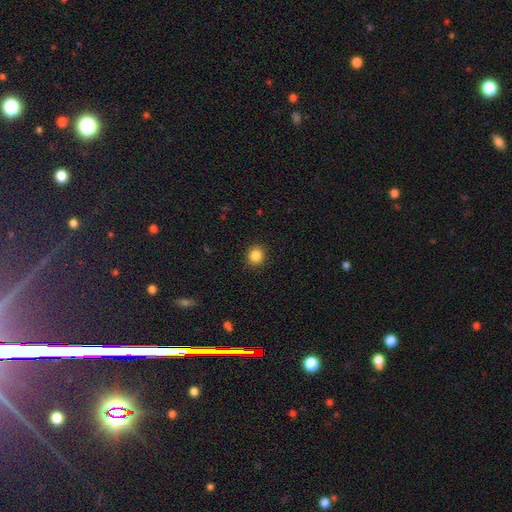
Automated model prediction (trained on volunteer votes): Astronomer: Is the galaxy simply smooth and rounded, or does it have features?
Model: smooth — 86%.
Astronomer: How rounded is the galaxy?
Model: round — 88%.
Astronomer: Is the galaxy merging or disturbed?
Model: none — 91%.